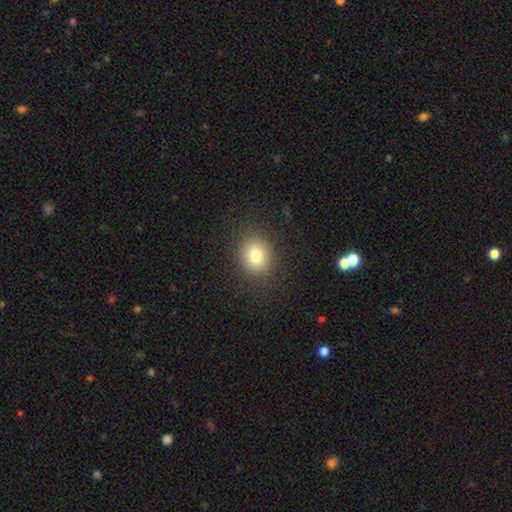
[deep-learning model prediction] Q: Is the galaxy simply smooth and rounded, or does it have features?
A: smooth — 80%.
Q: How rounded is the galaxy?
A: round — 75%.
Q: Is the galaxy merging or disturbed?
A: none — 88%.